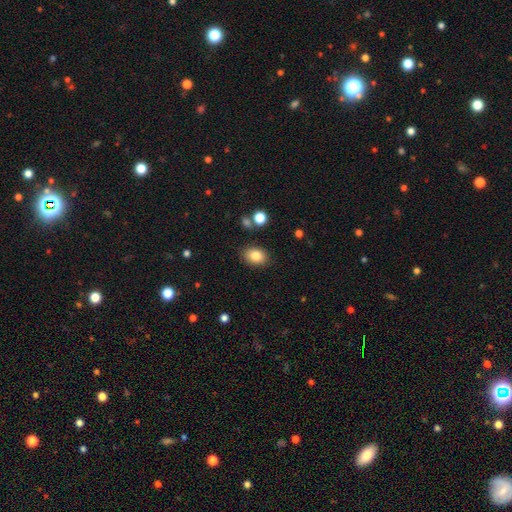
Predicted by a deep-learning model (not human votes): Smooth or featured? smooth (83%)
How rounded? in between (71%)
Merging? none (85%)